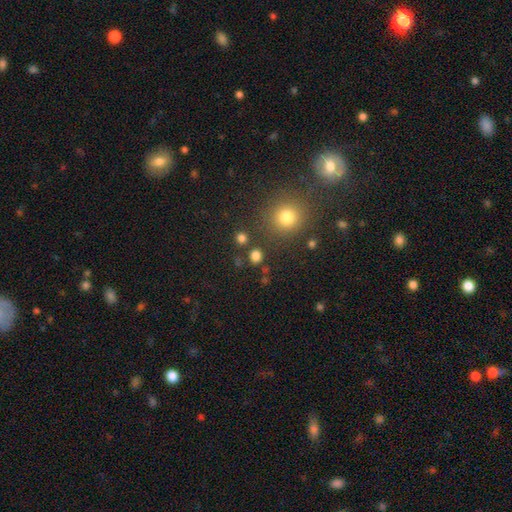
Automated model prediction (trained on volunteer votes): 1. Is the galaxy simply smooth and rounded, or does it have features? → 78% smooth, 17% star or artifact, 5% featured or disk.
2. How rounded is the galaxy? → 85% round, 14% in between, 1% cigar-shaped.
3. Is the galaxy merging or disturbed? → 83% none, 7% merger, 7% minor disturbance, 3% major disturbance.